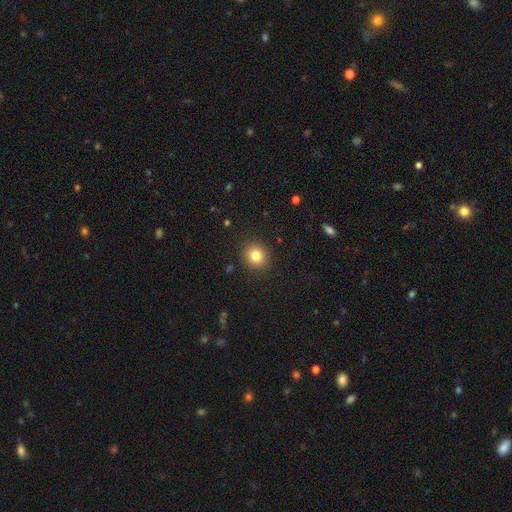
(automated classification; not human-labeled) Q: Smooth or featured?
A: smooth (82%); runner-up: star or artifact (11%)
Q: How rounded?
A: round (85%); runner-up: in between (14%)
Q: Merging?
A: none (90%); runner-up: minor disturbance (6%)